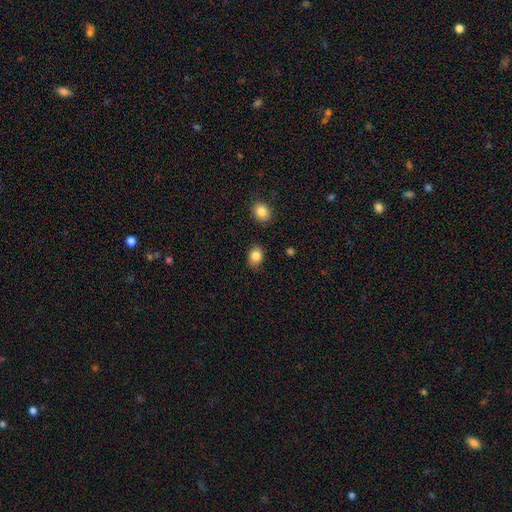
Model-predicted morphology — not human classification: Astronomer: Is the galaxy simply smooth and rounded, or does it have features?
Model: smooth — 85%.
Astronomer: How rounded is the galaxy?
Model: in between — 60% (runner-up: round, 39%).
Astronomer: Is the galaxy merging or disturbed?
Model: none — 82%.